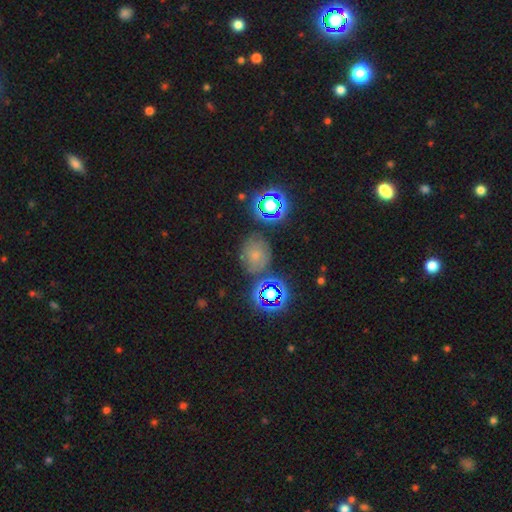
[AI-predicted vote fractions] A smooth galaxy with no disk features (47%).

Vote fractions:
- Smooth or featured? smooth: 47% / star or artifact: 35% / featured or disk: 19%
- Merging? none: 73% / minor disturbance: 15% / merger: 6% / major disturbance: 5%